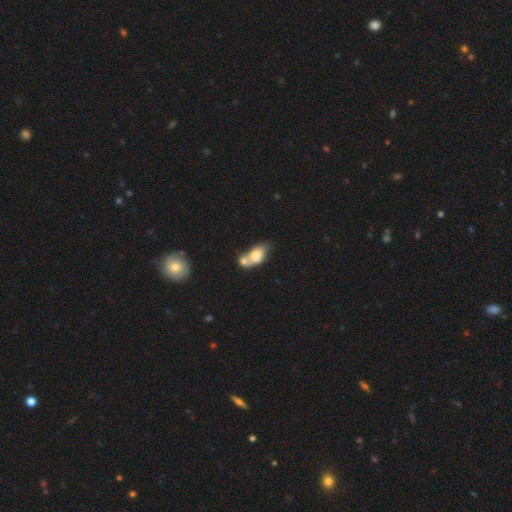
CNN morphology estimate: Smooth or featured?
  - smooth: 70% *
  - featured or disk: 22%
  - star or artifact: 8%
How rounded?
  - in between: 80% *
  - round: 15%
  - cigar-shaped: 4%
Merging?
  - merger: 66% *
  - none: 18%
  - minor disturbance: 10%
  - major disturbance: 6%